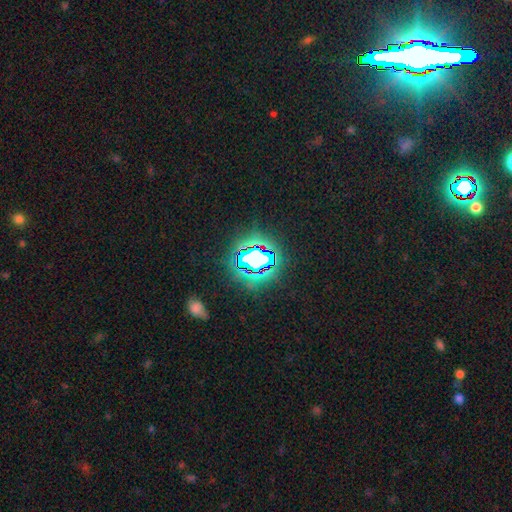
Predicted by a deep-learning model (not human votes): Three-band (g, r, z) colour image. It shows a star or artifact, not a galaxy (79%).